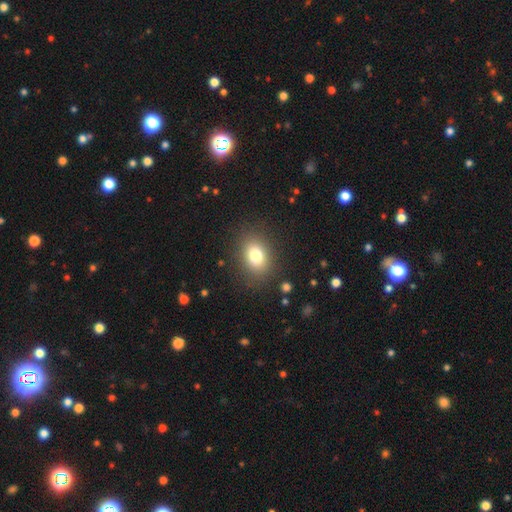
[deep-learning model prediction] smooth 80%, star or artifact 11%, featured or disk 9%. Down the decision tree: how rounded — in between (69%); merging — none (85%).